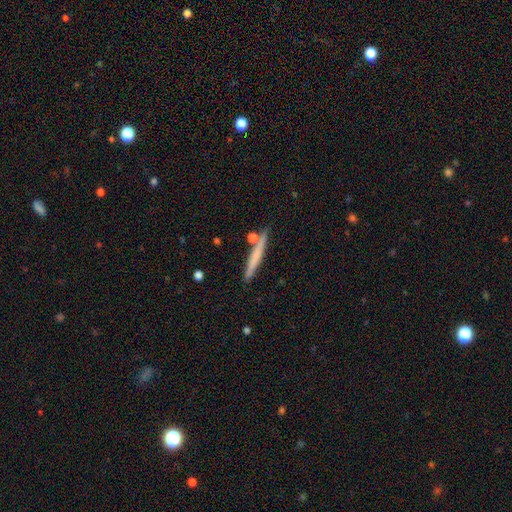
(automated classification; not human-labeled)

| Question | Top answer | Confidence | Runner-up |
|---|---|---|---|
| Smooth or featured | smooth | 61% | featured or disk (33%) |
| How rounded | cigar-shaped | 96% | in between (3%) |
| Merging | none | 82% | minor disturbance (10%) |